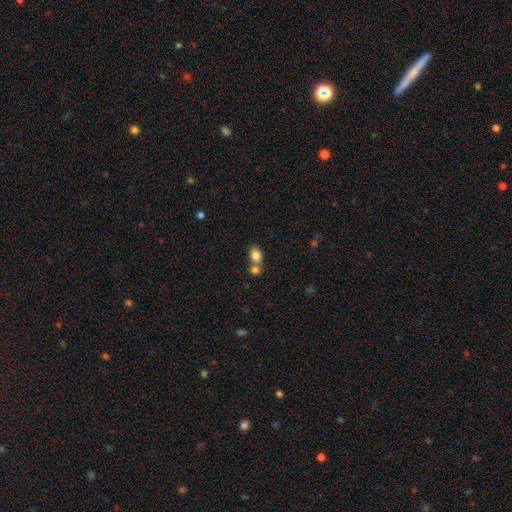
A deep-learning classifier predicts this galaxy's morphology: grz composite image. It shows a smooth galaxy with no disk features (83%) that is in between round and cigar-shaped (74%). Merging: none (46%).